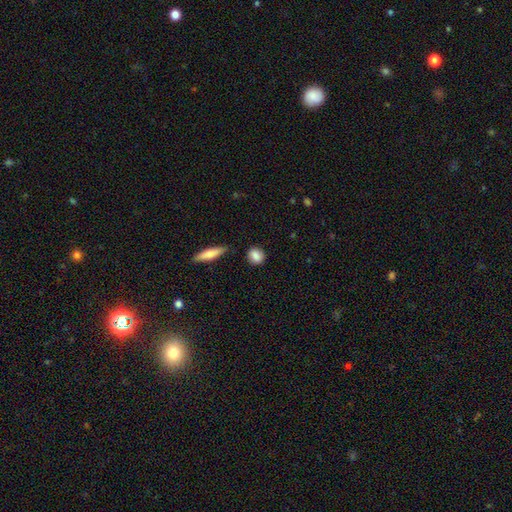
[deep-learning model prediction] Smooth or featured: smooth — 86% (star or artifact — 7%)
How rounded: round — 62% (in between — 33%)
Merging: none — 83% (minor disturbance — 11%)